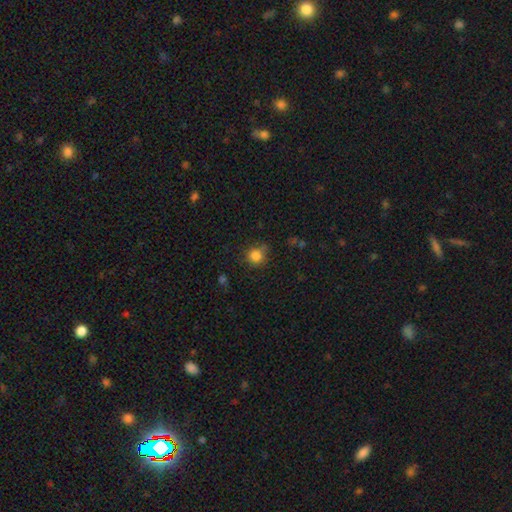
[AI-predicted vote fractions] Morphology: type=smooth (83%); roundness=round (91%); merging=none (73%).